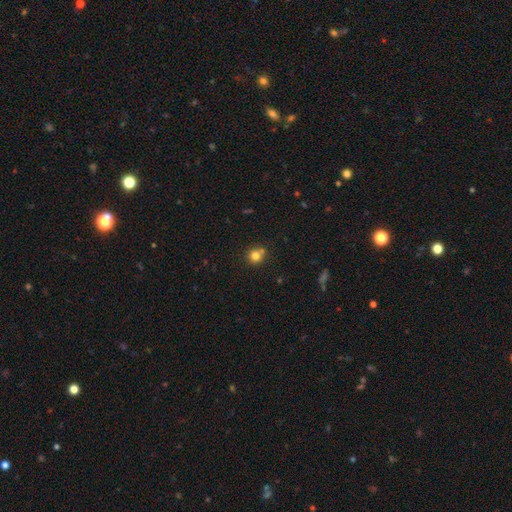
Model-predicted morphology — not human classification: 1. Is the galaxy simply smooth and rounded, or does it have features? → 79% smooth, 13% star or artifact, 8% featured or disk.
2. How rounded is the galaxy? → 88% round, 11% in between, 1% cigar-shaped.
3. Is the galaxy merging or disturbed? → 68% none, 18% merger, 11% minor disturbance, 3% major disturbance.